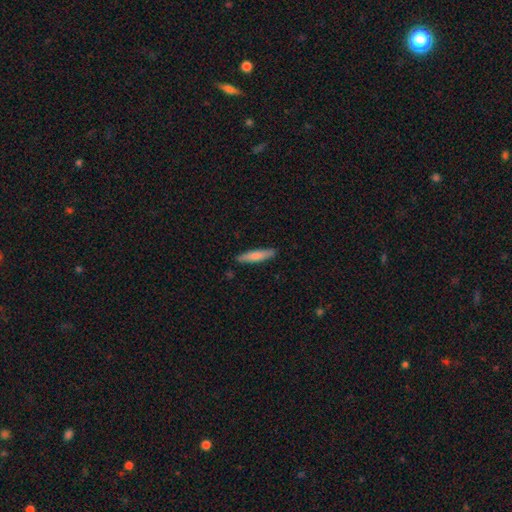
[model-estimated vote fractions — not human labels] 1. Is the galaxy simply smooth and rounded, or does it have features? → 77% smooth, 18% featured or disk, 5% star or artifact.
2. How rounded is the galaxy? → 86% cigar-shaped, 12% in between, 1% round.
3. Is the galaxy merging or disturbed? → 88% none, 9% minor disturbance, 2% major disturbance, 1% merger.